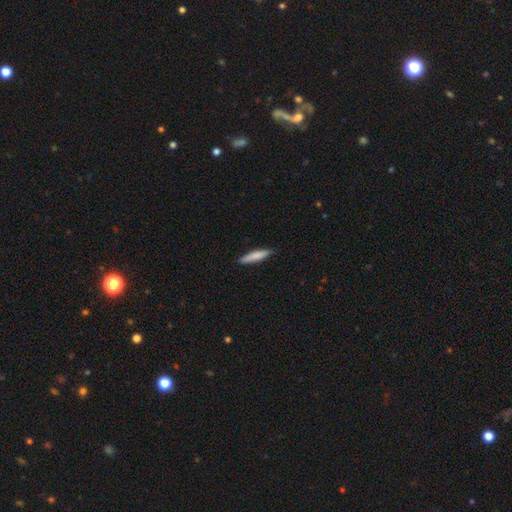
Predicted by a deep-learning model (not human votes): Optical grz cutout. It shows a smooth galaxy with no disk features (80%) that is cigar-shaped (86%). Merging: none (87%).